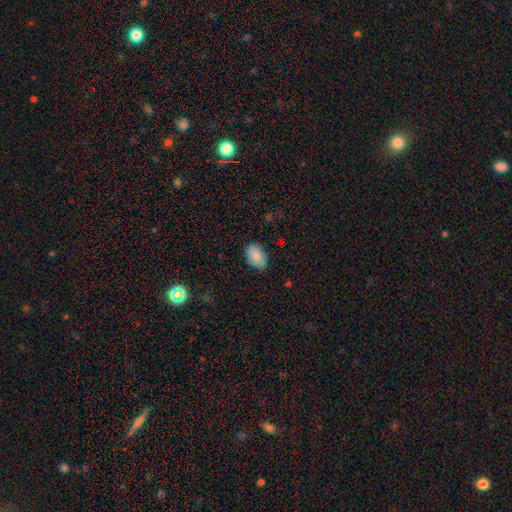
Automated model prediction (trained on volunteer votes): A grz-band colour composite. It shows a smooth galaxy with no disk features (88%) that is in between round and cigar-shaped (90%). Merging: none (85%).